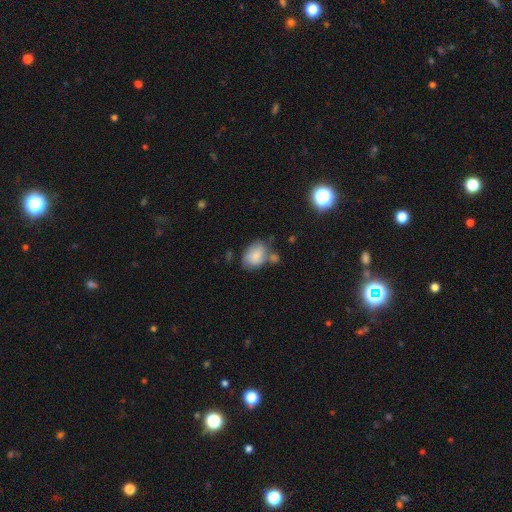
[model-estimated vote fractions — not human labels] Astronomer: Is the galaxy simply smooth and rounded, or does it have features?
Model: smooth — 76%.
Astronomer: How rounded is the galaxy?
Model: in between — 77%.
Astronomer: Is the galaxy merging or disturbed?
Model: none — 46% (runner-up: minor disturbance, 24%).